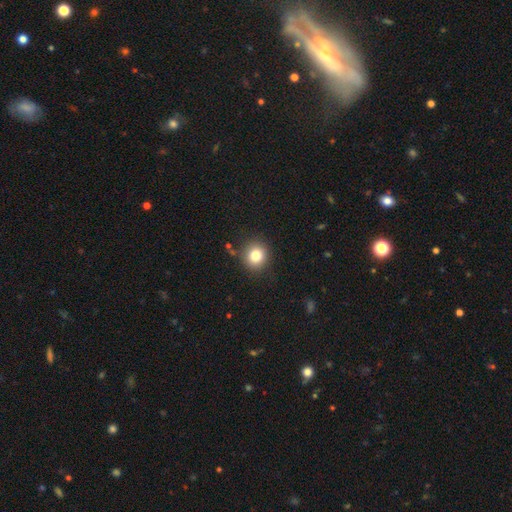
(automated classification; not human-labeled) Smooth or featured: smooth — 80% (star or artifact — 12%)
How rounded: round — 87% (in between — 12%)
Merging: none — 87% (minor disturbance — 8%)